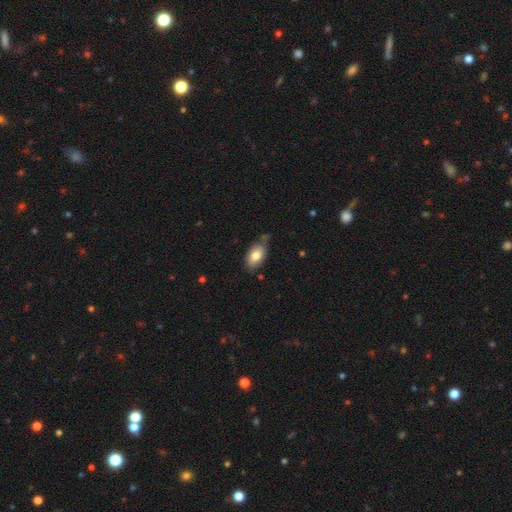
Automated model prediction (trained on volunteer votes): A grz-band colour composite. It shows a smooth galaxy with no disk features (80%) that is in between round and cigar-shaped (92%). Merging: none (69%).